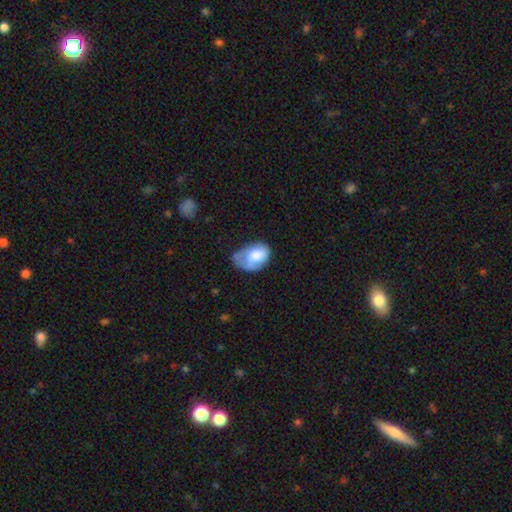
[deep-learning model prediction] Morphology: type=smooth (70%); roundness=in between (85%); merging=minor disturbance (43%).